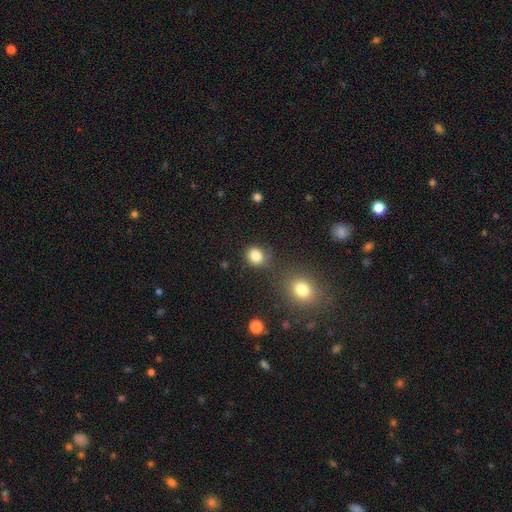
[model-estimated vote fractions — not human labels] A smooth galaxy with no disk features (84%) that is round (73%).

Vote fractions:
- Smooth or featured? smooth: 84% / star or artifact: 11% / featured or disk: 5%
- How rounded? round: 73% / in between: 26% / cigar-shaped: 1%
- Merging? none: 75% / minor disturbance: 13% / merger: 8% / major disturbance: 4%